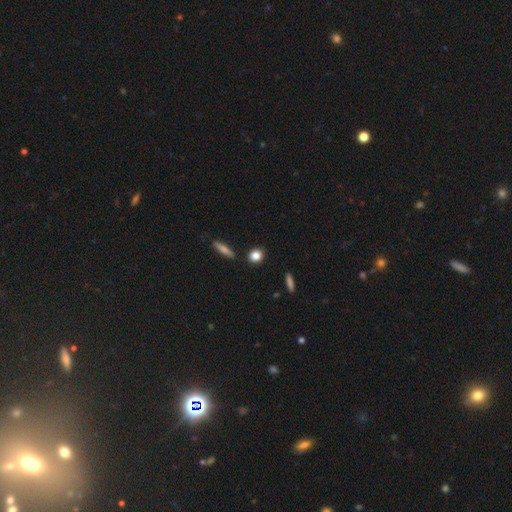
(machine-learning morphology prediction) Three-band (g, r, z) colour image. It shows a smooth galaxy with no disk features (84%) that is round (64%). Merging: none (88%).